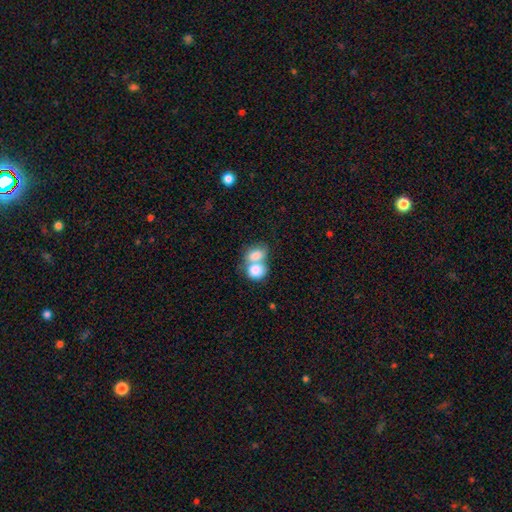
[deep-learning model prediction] Overall: smooth (80%). How rounded: in between (62%; round 37%). Merging: merger (71%).